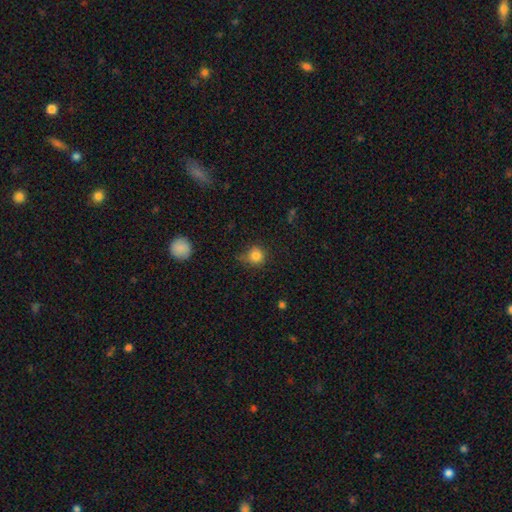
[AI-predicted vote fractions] Smooth or featured? Predicted: smooth (p=0.82). How rounded? Predicted: round (p=0.89). Merging? Predicted: none (p=0.66).